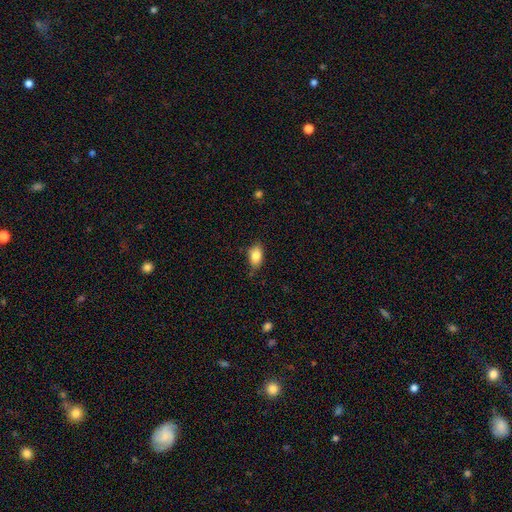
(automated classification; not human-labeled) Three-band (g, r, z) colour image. It shows a smooth galaxy with no disk features (84%) that is in between round and cigar-shaped (88%). Merging: none (77%).